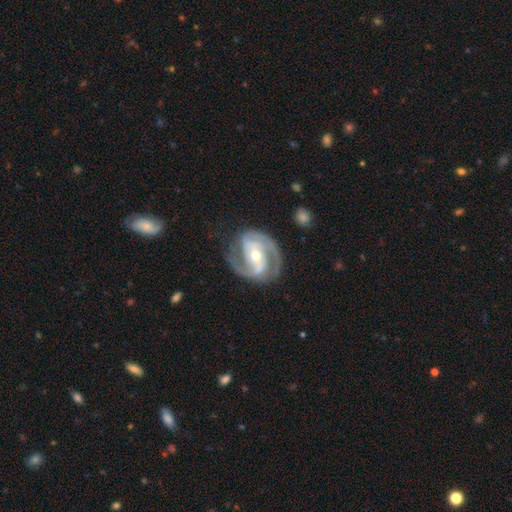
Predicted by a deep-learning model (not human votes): Morphology: type=featured or disk (92%); edge-on=no (98%); bar=strong (38%); spiral arms=yes (98%); winding=medium (47%); arm count=2 (83%); bulge=moderate (57%); merging=none (76%).